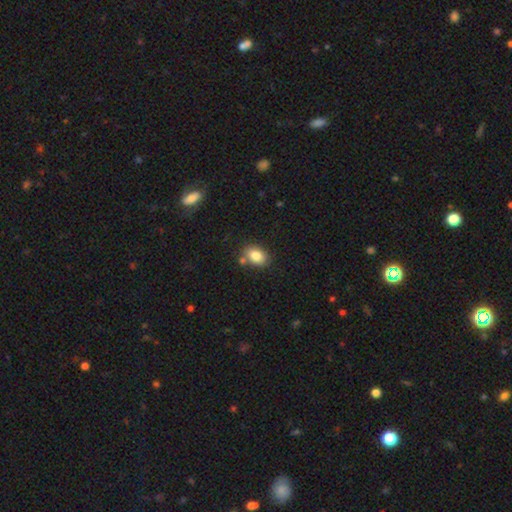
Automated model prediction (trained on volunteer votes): This appears to be a smooth galaxy with no disk features (84%) that is in between round and cigar-shaped (78%). Merging: none (73%).